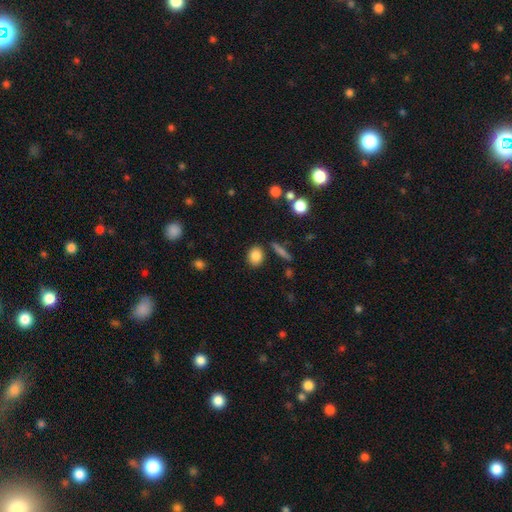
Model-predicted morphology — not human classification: smooth-or-featured: smooth: 84% | star or artifact: 9% | featured or disk: 6%
  how-rounded: round: 55% | in between: 43% | cigar-shaped: 2%
  merging: none: 83% | minor disturbance: 9% | merger: 5% | major disturbance: 3%